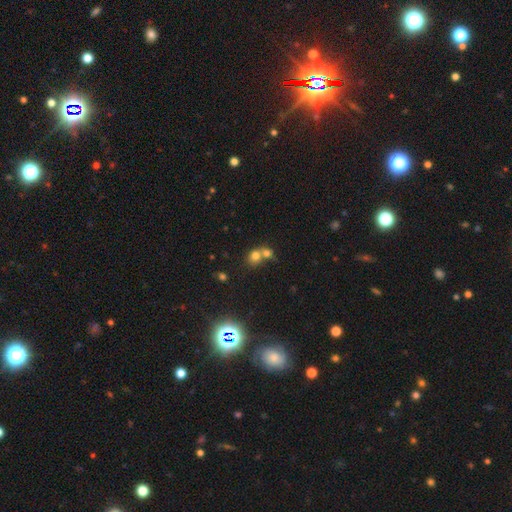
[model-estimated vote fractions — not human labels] A smooth galaxy with no disk features (73%) that is round (73%).

Vote fractions:
- Smooth or featured? smooth: 73% / star or artifact: 15% / featured or disk: 12%
- How rounded? round: 73% / in between: 25% / cigar-shaped: 1%
- Merging? merger: 56% / none: 35% / minor disturbance: 6% / major disturbance: 3%